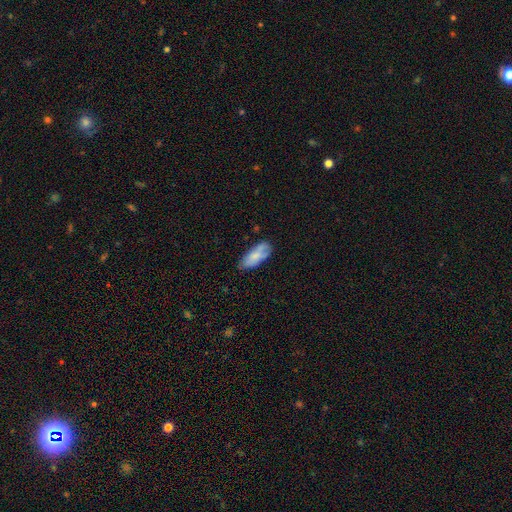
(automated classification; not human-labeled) Smooth or featured? Predicted: smooth (p=0.72). How rounded? Predicted: in between (p=0.84). Merging? Predicted: none (p=0.59).